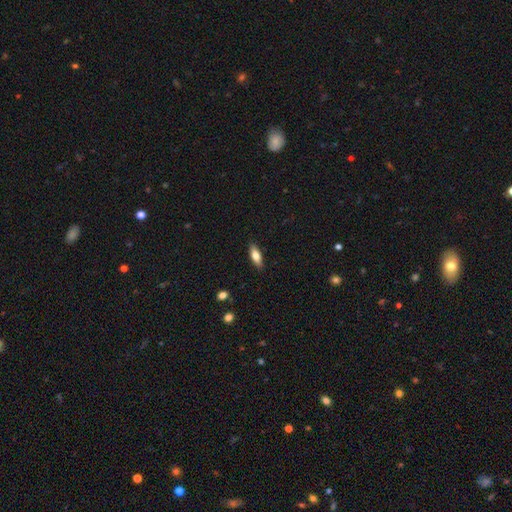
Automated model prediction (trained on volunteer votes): Q: Smooth or featured?
A: smooth (71%); runner-up: featured or disk (23%)
Q: How rounded?
A: in between (64%); runner-up: cigar-shaped (34%)
Q: Merging?
A: none (87%); runner-up: minor disturbance (10%)